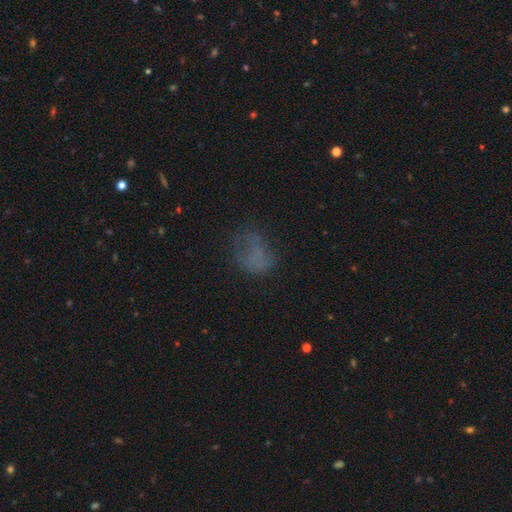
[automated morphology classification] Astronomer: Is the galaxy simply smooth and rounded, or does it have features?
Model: smooth — 56%.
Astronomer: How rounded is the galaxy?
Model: in between — 60% (runner-up: round, 38%).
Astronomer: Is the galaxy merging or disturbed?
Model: none — 45% (runner-up: major disturbance, 29%).